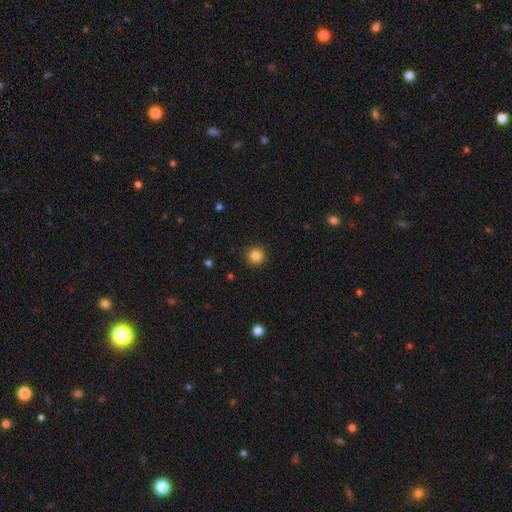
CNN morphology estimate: Smooth or featured? smooth (85%)
How rounded? round (94%)
Merging? none (91%)